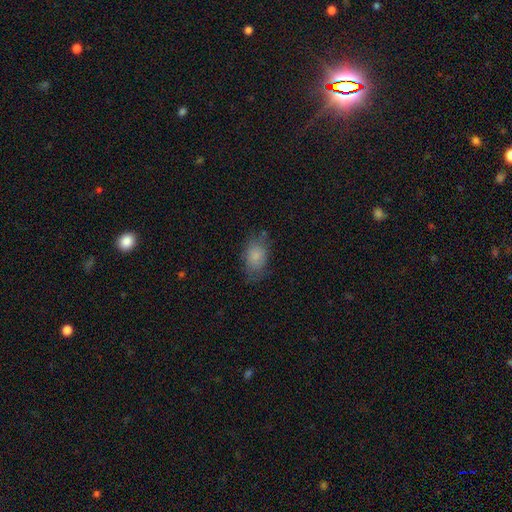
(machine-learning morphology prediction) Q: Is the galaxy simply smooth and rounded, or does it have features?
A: smooth — 80%.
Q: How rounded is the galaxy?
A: in between — 85%.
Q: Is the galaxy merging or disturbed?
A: none — 66%.